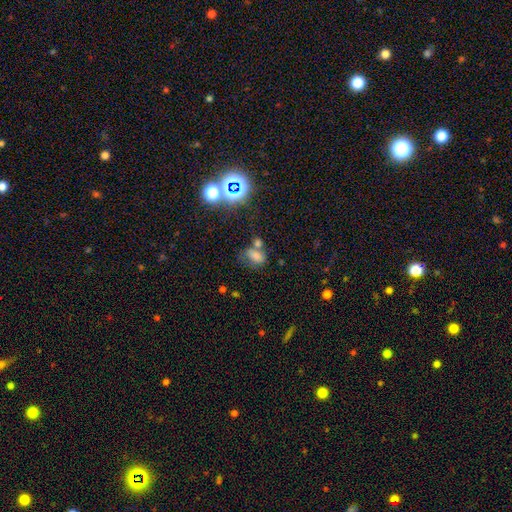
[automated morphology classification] smooth_or_featured: smooth (p=0.69) [alt: star or artifact p=0.20]
how_rounded: in between (p=0.80) [alt: round p=0.18]
merging: none (p=0.39) [alt: merger p=0.33]